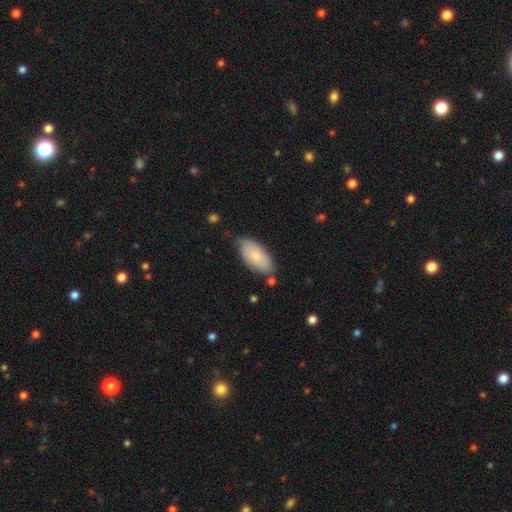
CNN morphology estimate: A smooth galaxy with no disk features (80%) that is in between round and cigar-shaped (92%). Merging: none (71%).